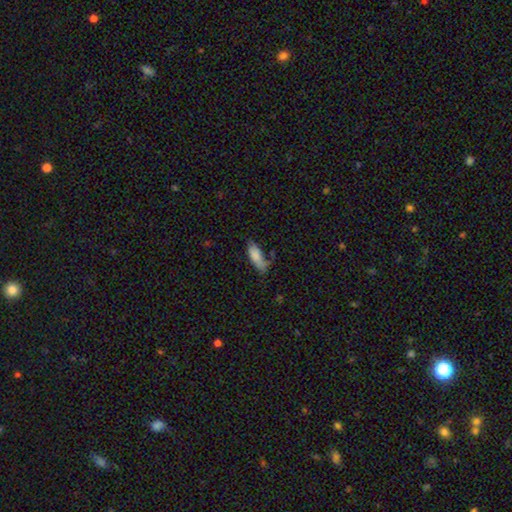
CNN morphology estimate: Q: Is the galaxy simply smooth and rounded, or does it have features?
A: smooth — 82%.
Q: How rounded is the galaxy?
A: in between — 73%.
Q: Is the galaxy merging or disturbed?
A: none — 51%.